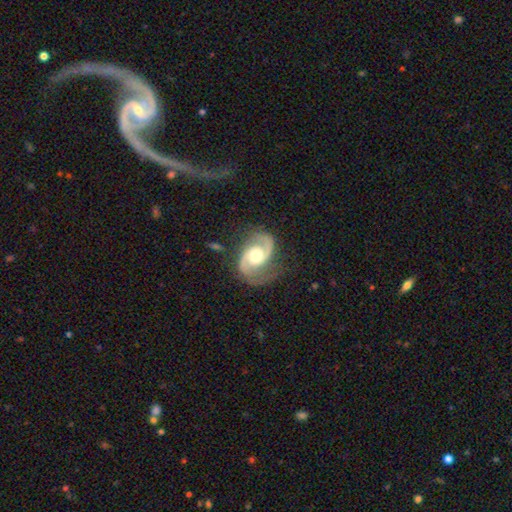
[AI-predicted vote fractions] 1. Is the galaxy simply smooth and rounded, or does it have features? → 92% featured or disk, 4% smooth, 4% star or artifact.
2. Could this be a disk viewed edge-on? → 98% no, 2% yes.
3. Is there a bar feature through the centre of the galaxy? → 66% no, 28% weak, 7% strong.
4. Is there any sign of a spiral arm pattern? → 98% yes, 2% no.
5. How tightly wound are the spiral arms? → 56% medium, 28% tight, 16% loose.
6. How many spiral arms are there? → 93% 2, 2% can't tell, 2% 3, 1% 1, 1% 4, 1% more than 4.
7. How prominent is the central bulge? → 74% moderate, 15% small, 10% large, 1% dominant, 1% none.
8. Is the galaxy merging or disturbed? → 74% none, 17% minor disturbance, 7% major disturbance, 1% merger.